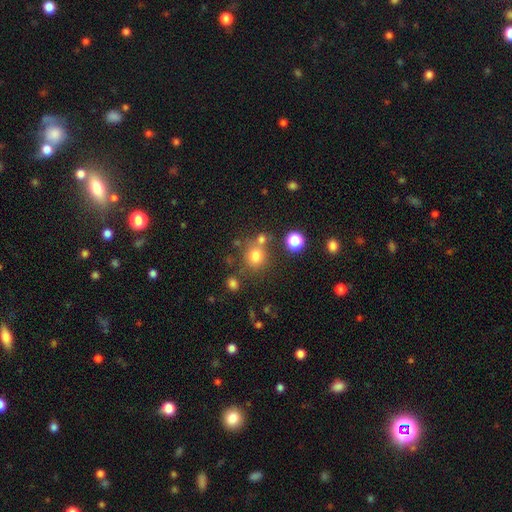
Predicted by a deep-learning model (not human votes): This appears to be a smooth galaxy with no disk features (75%) that is round (87%). Merging: none (68%).